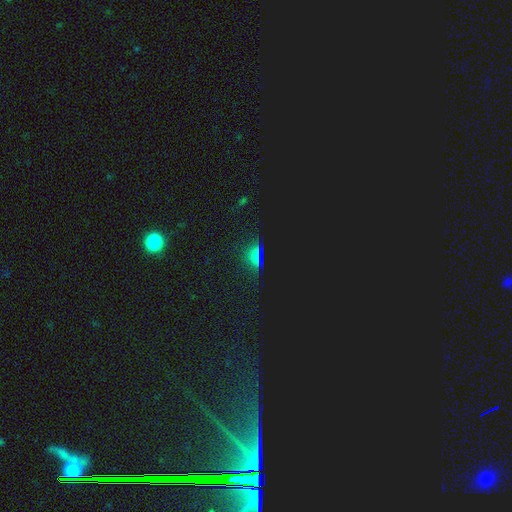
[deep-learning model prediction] Smooth or featured? star or artifact (64%)